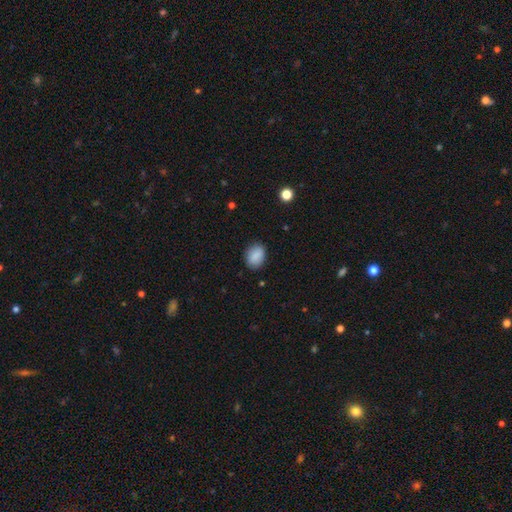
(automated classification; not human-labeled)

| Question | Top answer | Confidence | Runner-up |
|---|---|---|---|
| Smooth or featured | smooth | 88% | star or artifact (8%) |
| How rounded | in between | 71% | round (28%) |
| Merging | none | 85% | minor disturbance (12%) |